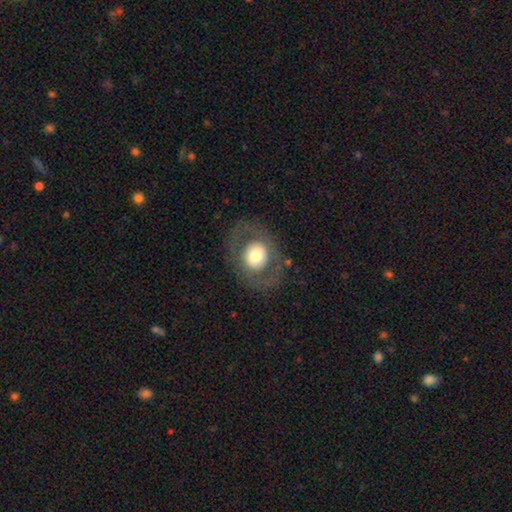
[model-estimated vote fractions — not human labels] The model was most divided on "smooth or featured": smooth: 50%, featured or disk: 43%, star or artifact: 7%. More confident: merging — none (79%).